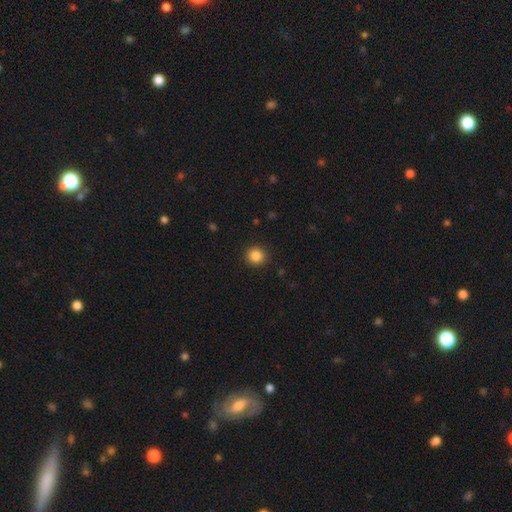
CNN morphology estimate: Smooth or featured? smooth (86%)
How rounded? round (92%)
Merging? none (92%)